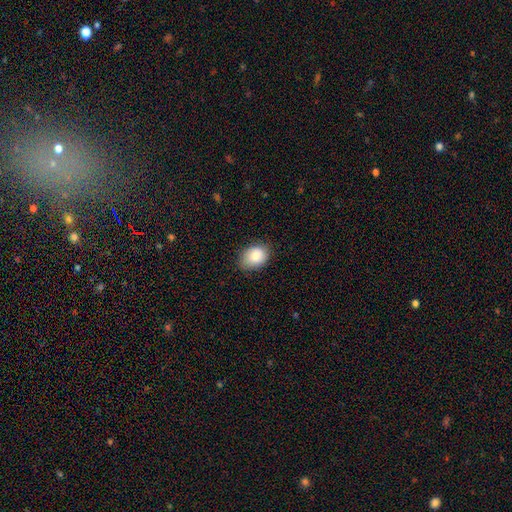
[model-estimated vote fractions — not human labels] The model was most divided on "how rounded": in between: 71%, round: 28%, cigar-shaped: 1%. More confident: smooth or featured — smooth (85%); merging — none (76%).